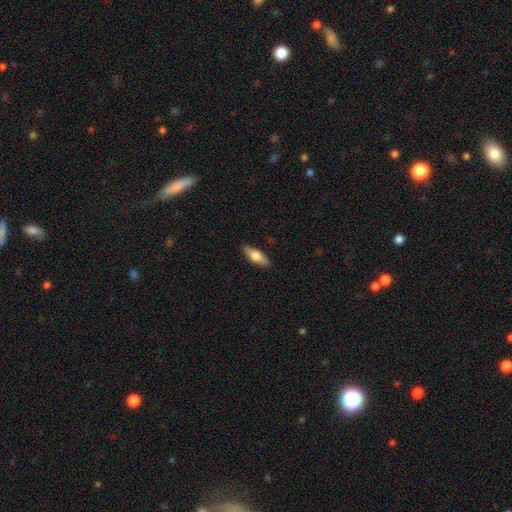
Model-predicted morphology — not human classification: This appears to be a smooth galaxy with no disk features (62%) that is in between round and cigar-shaped (61%). Merging: none (89%).